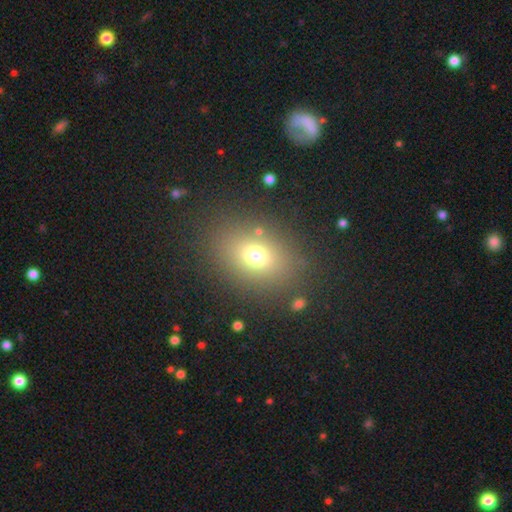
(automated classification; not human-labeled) Smooth or featured? Predicted: smooth (p=0.70). How rounded? Predicted: in between (p=0.58). Merging? Predicted: none (p=0.82).